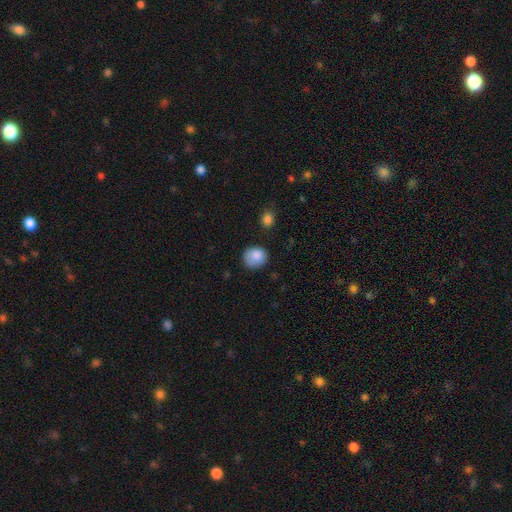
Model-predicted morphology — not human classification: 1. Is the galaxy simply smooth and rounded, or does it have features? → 85% smooth, 8% star or artifact, 6% featured or disk.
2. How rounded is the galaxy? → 75% round, 24% in between, 1% cigar-shaped.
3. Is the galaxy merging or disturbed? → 71% none, 21% minor disturbance, 5% major disturbance, 3% merger.